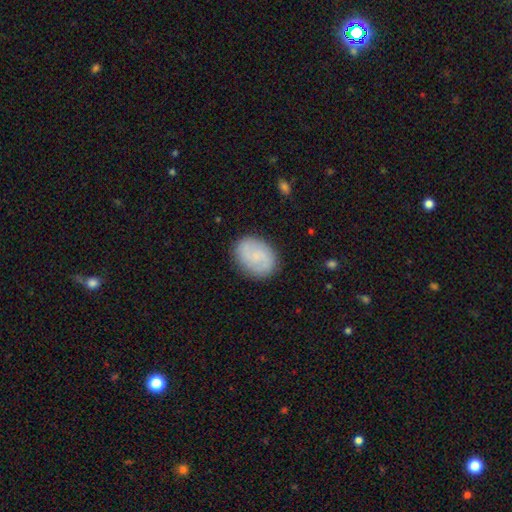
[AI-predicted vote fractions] smooth_or_featured: smooth (p=0.50) [alt: featured or disk p=0.43]
merging: none (p=0.85) [alt: minor disturbance p=0.11]